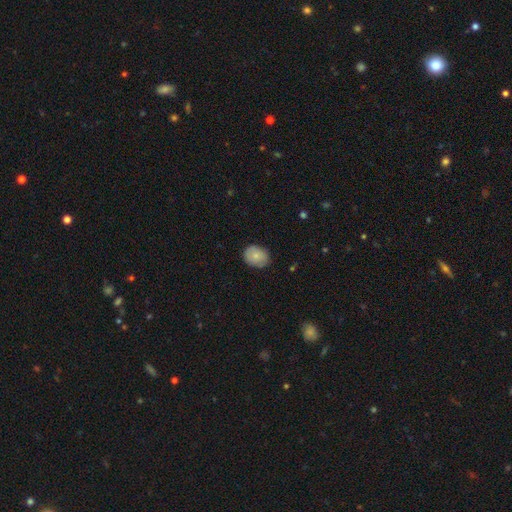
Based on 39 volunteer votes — Q: Smooth or featured?
A: smooth (79%); runner-up: featured or disk (13%)
Q: How rounded?
A: in between (52%); runner-up: round (48%)
Q: Merging?
A: none (72%); runner-up: minor disturbance (28%)